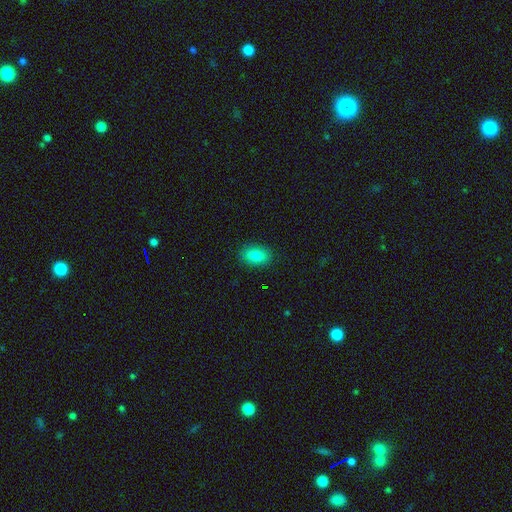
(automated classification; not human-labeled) Morphology: type=smooth (84%); roundness=in between (88%); merging=none (88%).